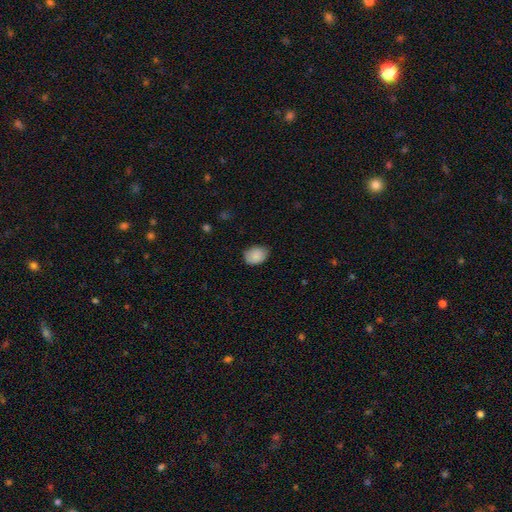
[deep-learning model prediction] Overall: smooth (88%). How rounded: in between (71%). Merging: none (75%).